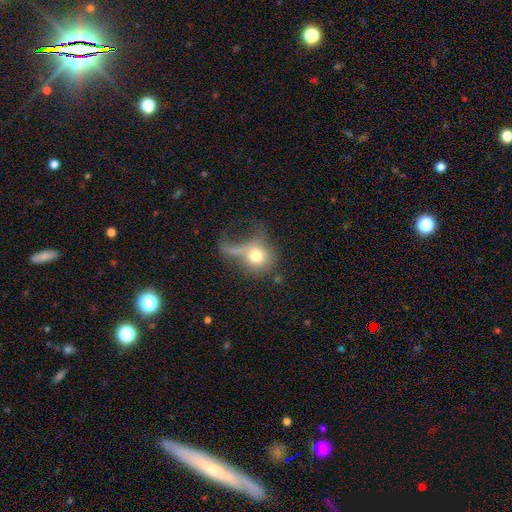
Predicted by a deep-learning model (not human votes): This is likely a smooth galaxy (65%). How rounded: likely round (78%). Merging: possibly major disturbance (51%).